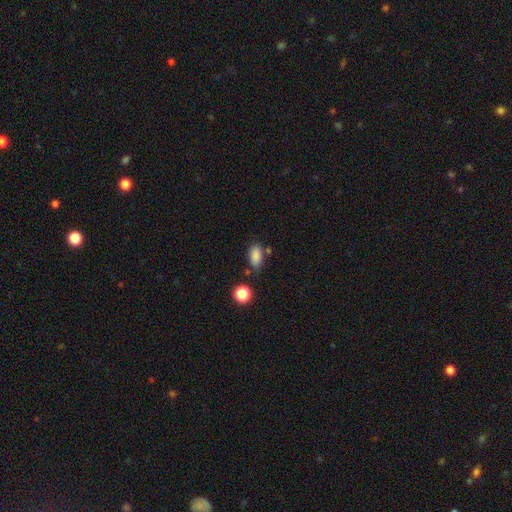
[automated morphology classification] smooth 86%, star or artifact 9%, featured or disk 5%. Down the decision tree: how rounded — in between (88%); merging — none (71%).